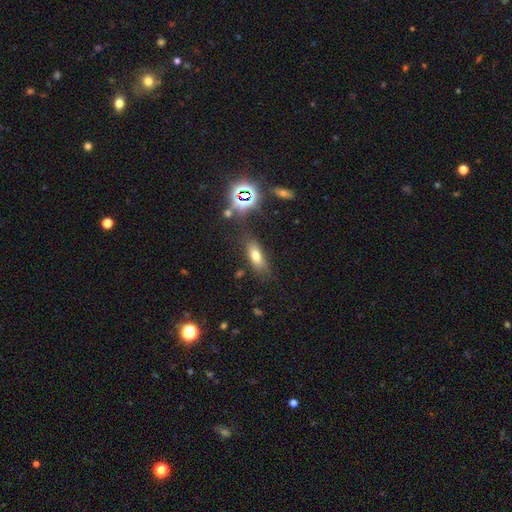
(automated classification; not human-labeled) smooth_or_featured: smooth (p=0.66) [alt: star or artifact p=0.18]
how_rounded: in between (p=0.70) [alt: cigar-shaped p=0.24]
merging: none (p=0.73) [alt: minor disturbance p=0.16]